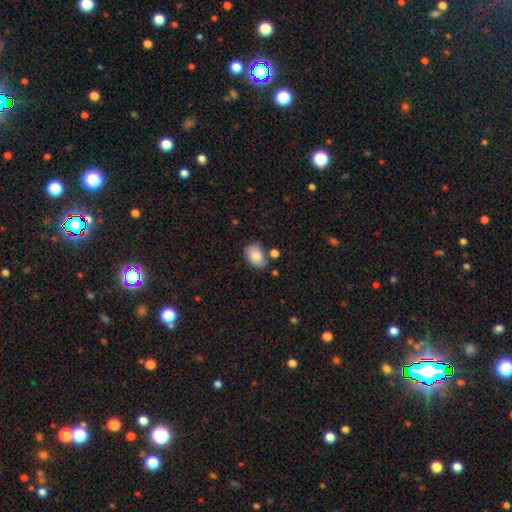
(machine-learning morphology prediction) The model was most divided on "merging": none: 58%, minor disturbance: 25%, merger: 11%, major disturbance: 7%. More confident: how rounded — in between (80%); smooth or featured — smooth (76%).